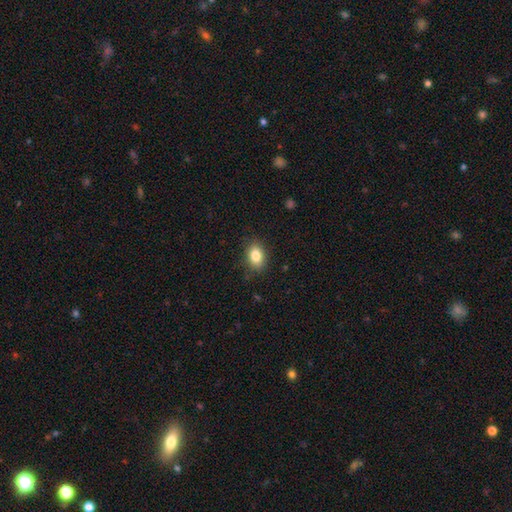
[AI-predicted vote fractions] smooth-or-featured: smooth: 83% | star or artifact: 9% | featured or disk: 8%
  how-rounded: in between: 79% | round: 20% | cigar-shaped: 1%
  merging: none: 83% | minor disturbance: 13% | major disturbance: 3% | merger: 1%